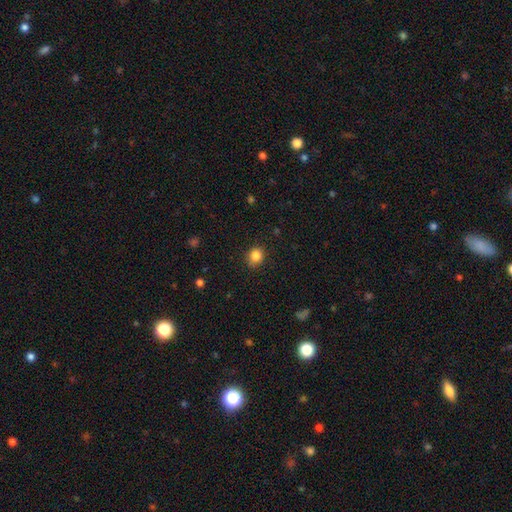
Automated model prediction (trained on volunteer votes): A smooth galaxy with no disk features (84%) that is round (73%). Merging: none (81%).